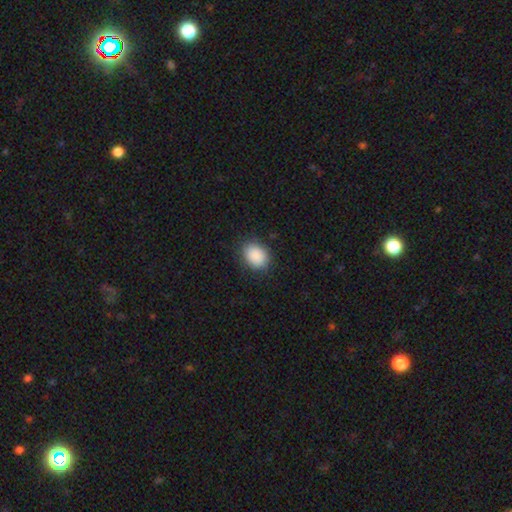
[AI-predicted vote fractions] This appears to be a smooth galaxy with no disk features (89%) that is in between round and cigar-shaped (60%). Merging: none (86%).